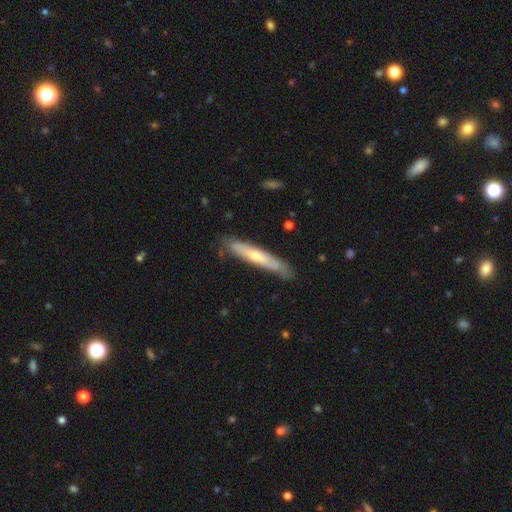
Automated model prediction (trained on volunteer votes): Overall: featured or disk (48%; smooth 46%). Merging: none (77%).